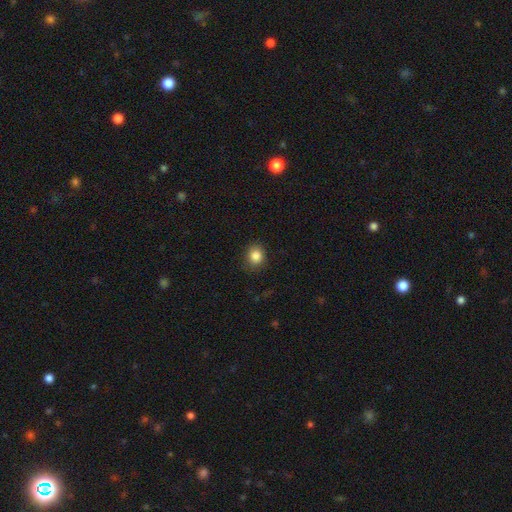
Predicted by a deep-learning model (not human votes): A smooth galaxy with no disk features (85%) that is round (69%).

Vote fractions:
- Smooth or featured? smooth: 85% / star or artifact: 10% / featured or disk: 5%
- How rounded? round: 69% / in between: 30% / cigar-shaped: 1%
- Merging? none: 86% / minor disturbance: 11% / major disturbance: 3% / merger: 1%